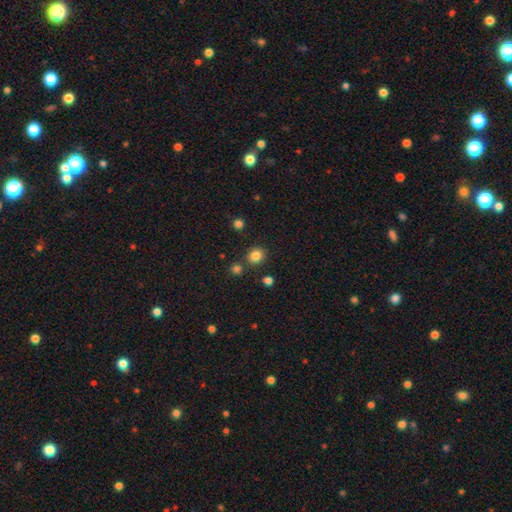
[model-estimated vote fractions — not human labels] This is clearly a smooth galaxy (82%). How rounded: likely round (80%). Merging: clearly none (82%).